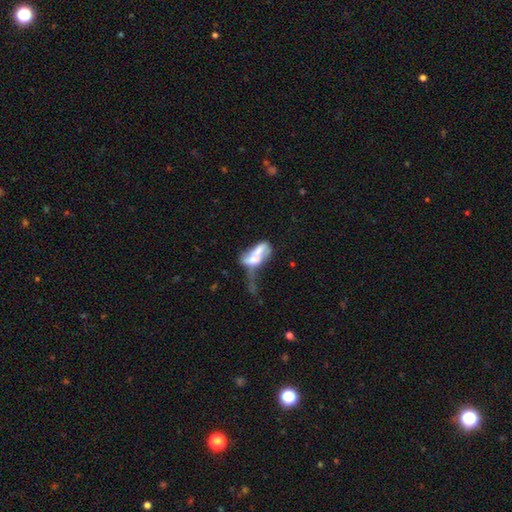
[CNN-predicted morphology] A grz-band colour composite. It shows a smooth galaxy with no disk features (46%). Merging: merger (53%).